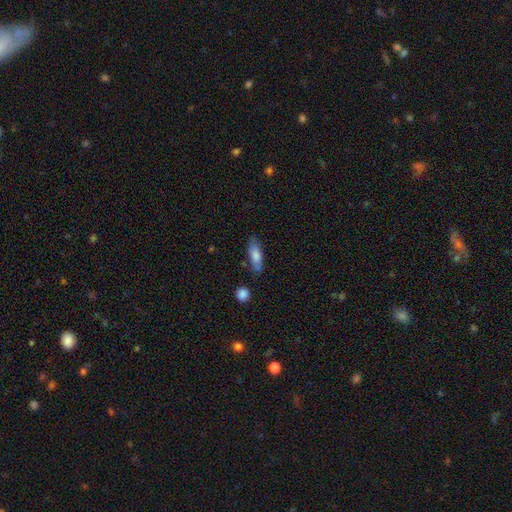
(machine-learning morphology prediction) type=smooth (78%); roundness=in between (58%); merging=none (74%).